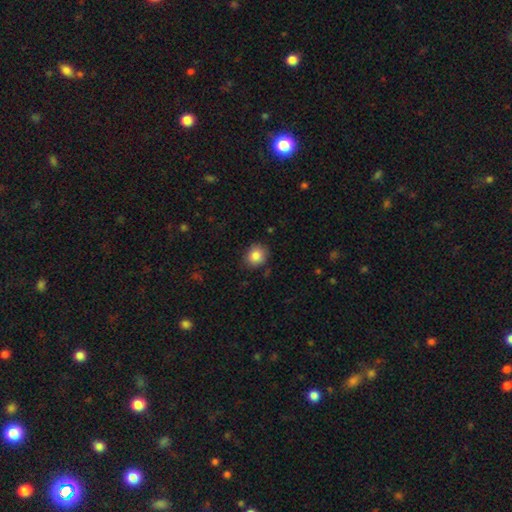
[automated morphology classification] type=smooth (84%); roundness=round (77%); merging=none (85%).